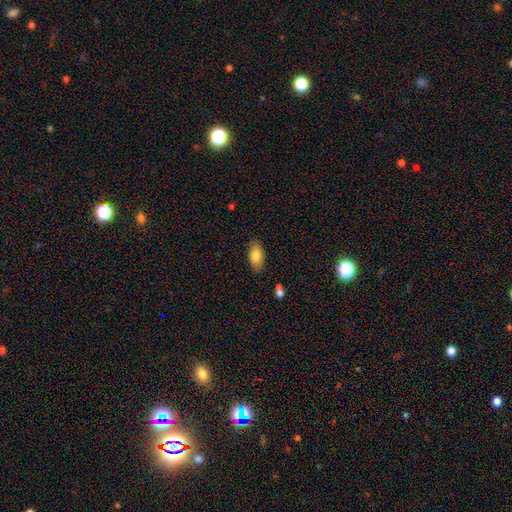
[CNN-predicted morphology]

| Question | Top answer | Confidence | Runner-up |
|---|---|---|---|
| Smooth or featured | smooth | 81% | featured or disk (12%) |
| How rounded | in between | 92% | cigar-shaped (5%) |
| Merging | none | 84% | minor disturbance (12%) |